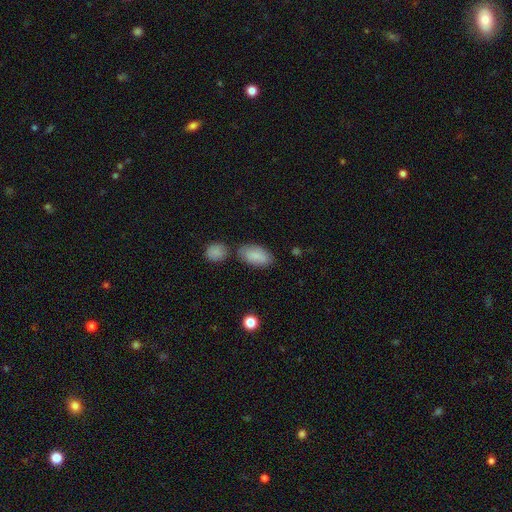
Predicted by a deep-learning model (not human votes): Morphology: type=smooth (85%); roundness=in between (93%); merging=none (64%).